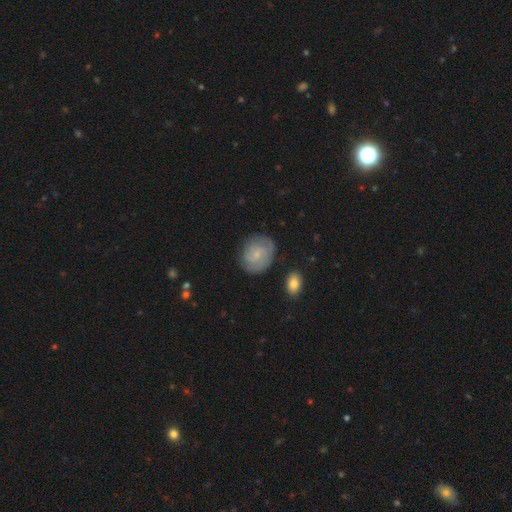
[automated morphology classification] featured or disk 54%, smooth 39%, star or artifact 7%. Down the decision tree: edge-on disk — no (98%); bar — no (70%); spiral arms — yes (84%); bulge size — small (79%); merging — none (76%).